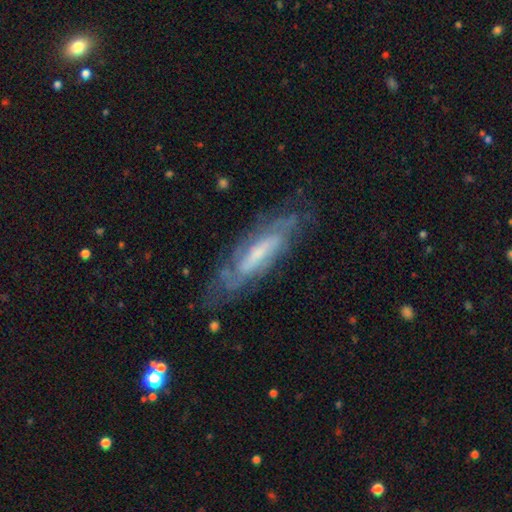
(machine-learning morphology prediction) The model was most divided on "edge-on disk": no: 67%, yes: 33%. More confident: merging — none (72%); smooth or featured — featured or disk (71%).